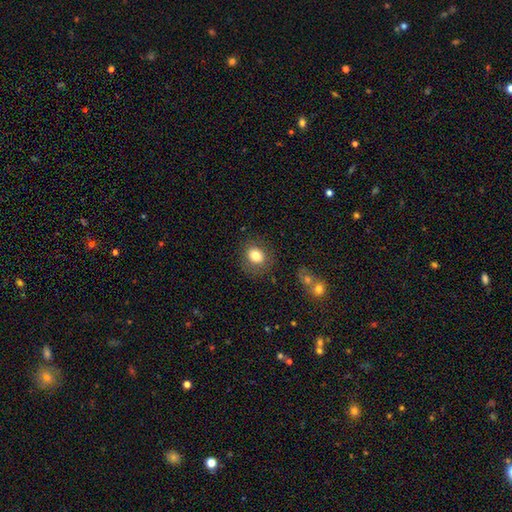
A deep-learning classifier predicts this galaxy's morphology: Q: Smooth or featured?
A: smooth (80%); runner-up: featured or disk (11%)
Q: How rounded?
A: round (69%); runner-up: in between (30%)
Q: Merging?
A: none (82%); runner-up: minor disturbance (11%)